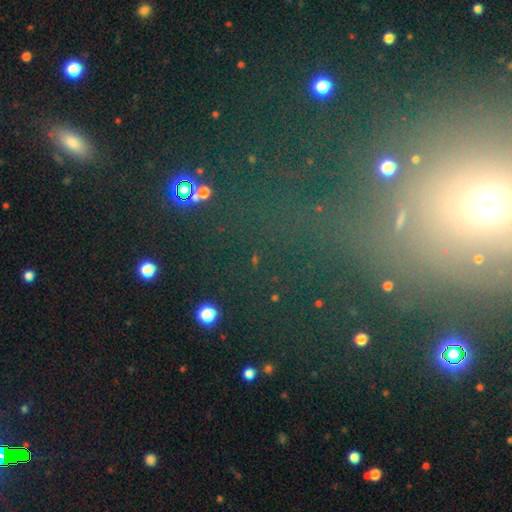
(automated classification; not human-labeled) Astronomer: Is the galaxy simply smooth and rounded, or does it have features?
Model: star or artifact — 55% (runner-up: smooth, 31%).